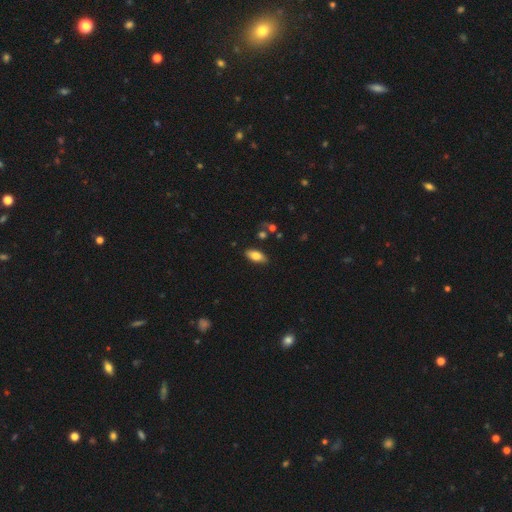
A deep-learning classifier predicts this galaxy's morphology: Smooth or featured? Predicted: smooth (p=0.79). How rounded? Predicted: in between (p=0.87). Merging? Predicted: none (p=0.84).